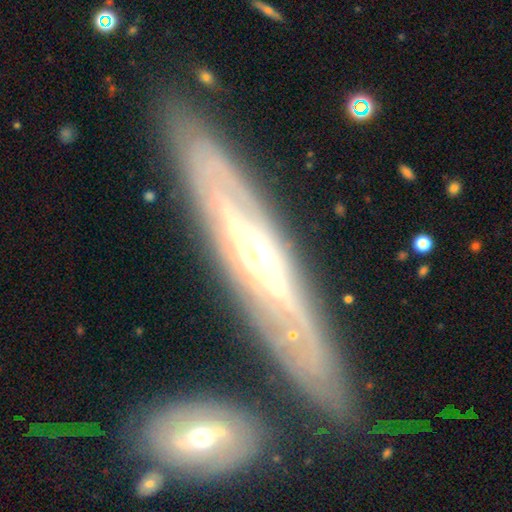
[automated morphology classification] smooth-or-featured: featured or disk: 77% | smooth: 14% | star or artifact: 8%
  disk-edge-on: no: 52% | yes: 48%
  merging: none: 73% | minor disturbance: 14% | major disturbance: 8% | merger: 4%